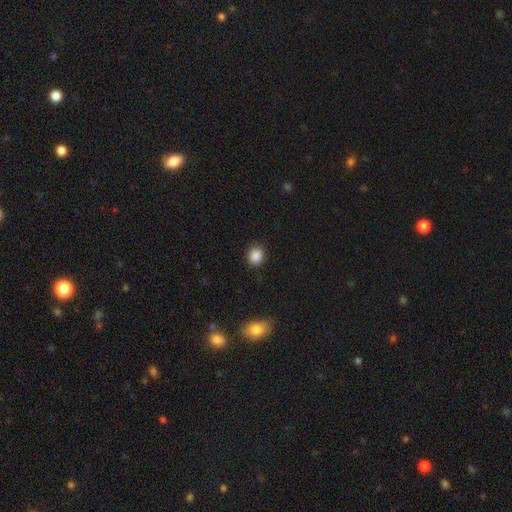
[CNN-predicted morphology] Q: Smooth or featured?
A: smooth (87%); runner-up: star or artifact (10%)
Q: How rounded?
A: round (66%); runner-up: in between (33%)
Q: Merging?
A: none (87%); runner-up: minor disturbance (9%)